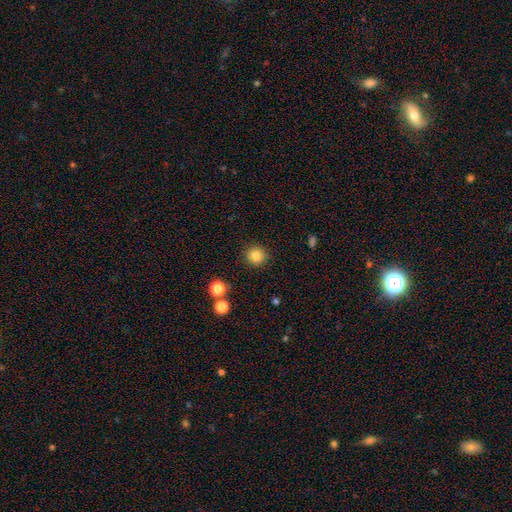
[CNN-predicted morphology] The model was most divided on "smooth or featured": smooth: 84%, star or artifact: 11%, featured or disk: 5%. More confident: how rounded — round (94%); merging — none (90%).